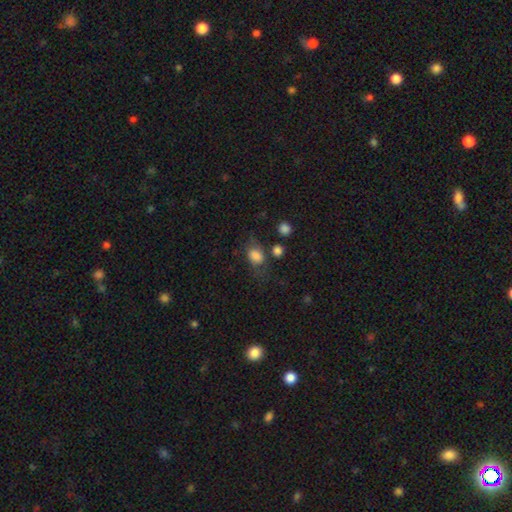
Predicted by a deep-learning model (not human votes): Morphology: type=smooth (80%); roundness=in between (66%); merging=none (54%).